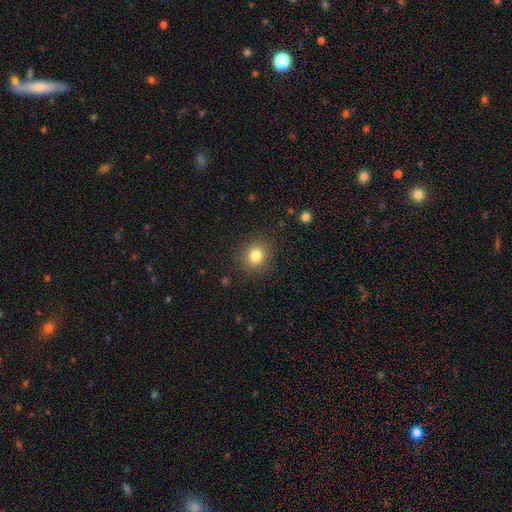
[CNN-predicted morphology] smooth-or-featured: smooth: 82% | star or artifact: 12% | featured or disk: 7%
  how-rounded: round: 80% | in between: 19% | cigar-shaped: 1%
  merging: none: 88% | minor disturbance: 8% | major disturbance: 3% | merger: 1%